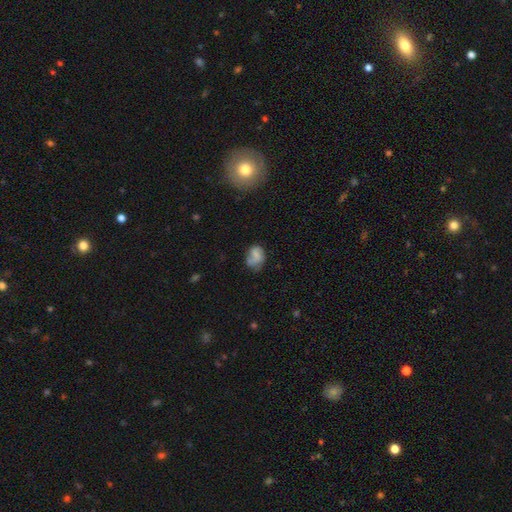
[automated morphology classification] Smooth or featured? Predicted: smooth (p=0.60). How rounded? Predicted: in between (p=0.67). Merging? Predicted: none (p=0.43).